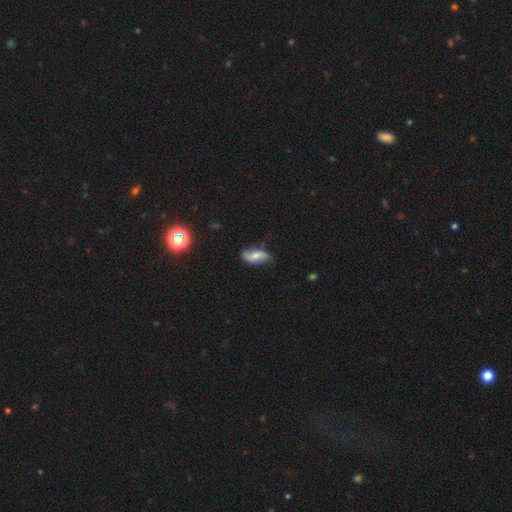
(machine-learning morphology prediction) Smooth or featured? smooth (60%)
How rounded? in between (86%)
Merging? none (70%)